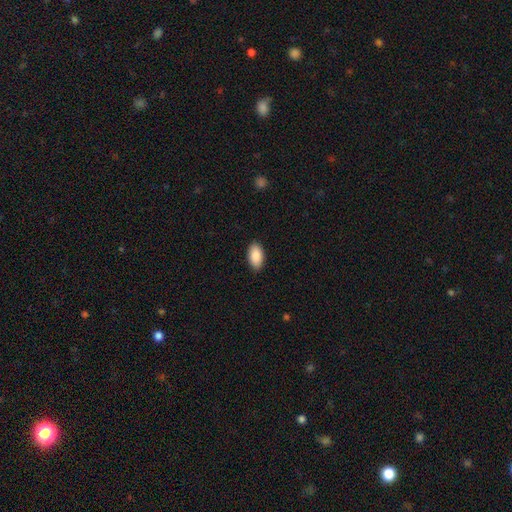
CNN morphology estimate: The model was most divided on "merging": none: 89%, minor disturbance: 8%, major disturbance: 2%, merger: 1%. More confident: how rounded — in between (94%); smooth or featured — smooth (89%).